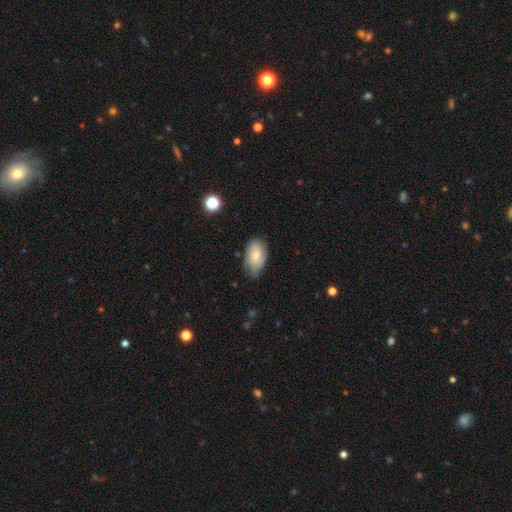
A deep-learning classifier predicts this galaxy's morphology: smooth_or_featured: smooth (p=0.63) [alt: featured or disk p=0.30]
how_rounded: in between (p=0.91) [alt: round p=0.07]
merging: none (p=0.58) [alt: minor disturbance p=0.34]